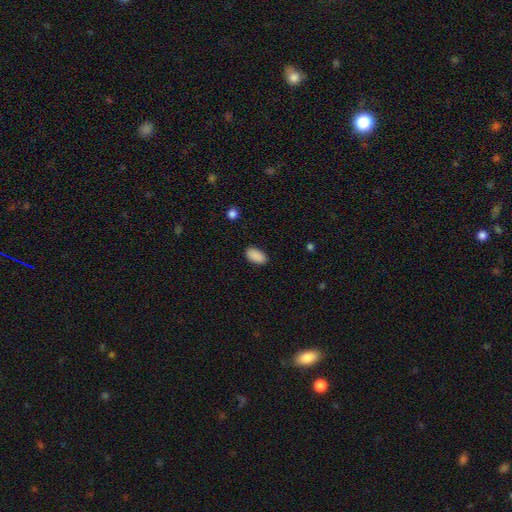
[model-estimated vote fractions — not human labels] Smooth or featured: smooth — 90% (star or artifact — 7%)
How rounded: in between — 94% (round — 3%)
Merging: none — 88% (minor disturbance — 9%)